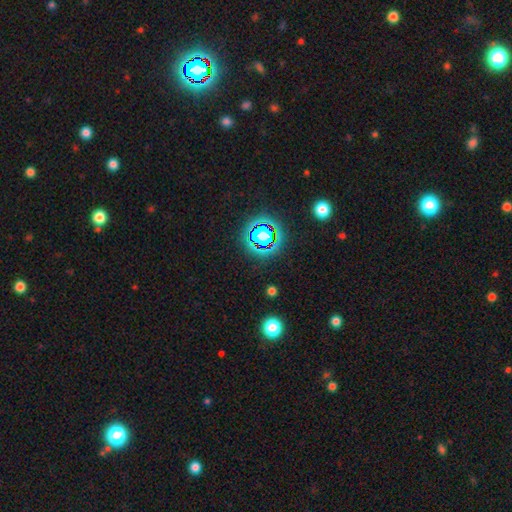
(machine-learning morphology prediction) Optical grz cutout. It shows a star or artifact, not a galaxy (80%).